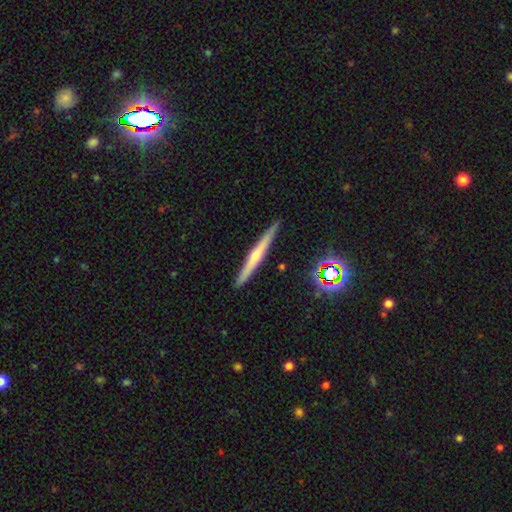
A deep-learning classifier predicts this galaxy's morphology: Q: Smooth or featured?
A: featured or disk (67%); runner-up: smooth (23%)
Q: Edge-on disk?
A: yes (97%); runner-up: no (3%)
Q: Edge-on bulge?
A: rounded (71%); runner-up: none (24%)
Q: Merging?
A: none (91%); runner-up: minor disturbance (6%)